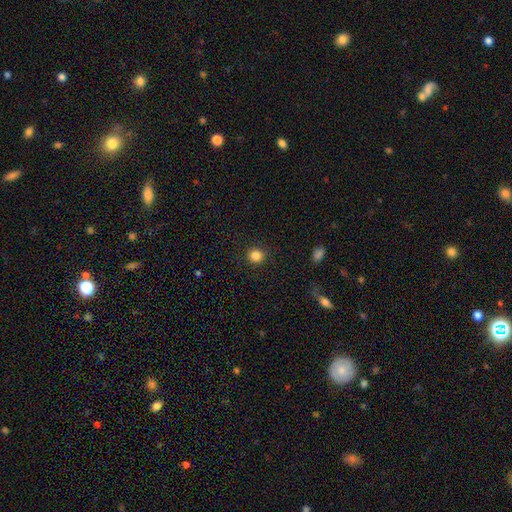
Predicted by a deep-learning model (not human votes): smooth-or-featured: smooth: 85% | star or artifact: 11% | featured or disk: 4%
  how-rounded: round: 91% | in between: 8% | cigar-shaped: 1%
  merging: none: 91% | minor disturbance: 6% | major disturbance: 2% | merger: 1%